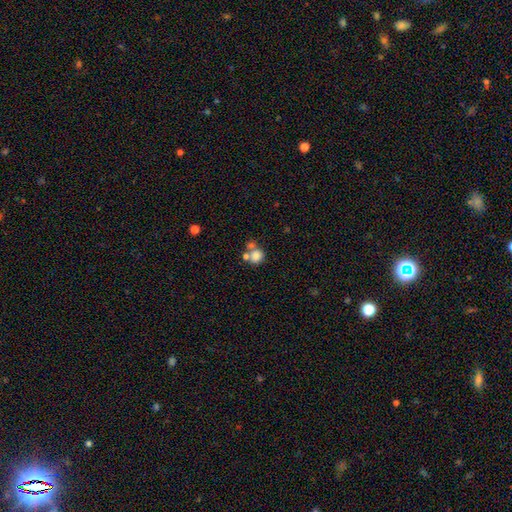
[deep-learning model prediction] smooth 77%, star or artifact 11%, featured or disk 11%. Down the decision tree: how rounded — round (80%); merging — merger (42%).